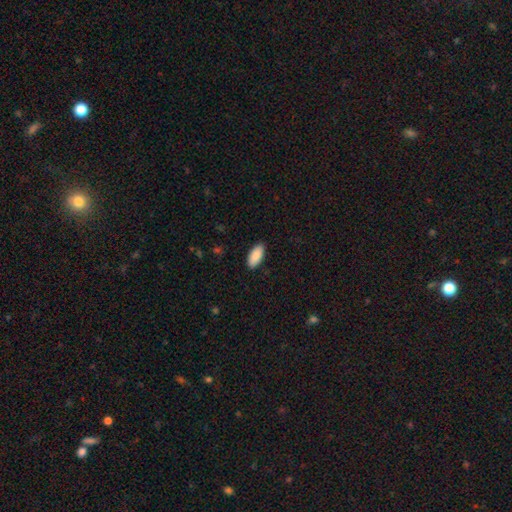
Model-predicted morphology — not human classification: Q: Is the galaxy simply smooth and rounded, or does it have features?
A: smooth — 90%.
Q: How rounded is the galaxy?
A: in between — 90%.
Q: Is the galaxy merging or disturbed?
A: none — 89%.